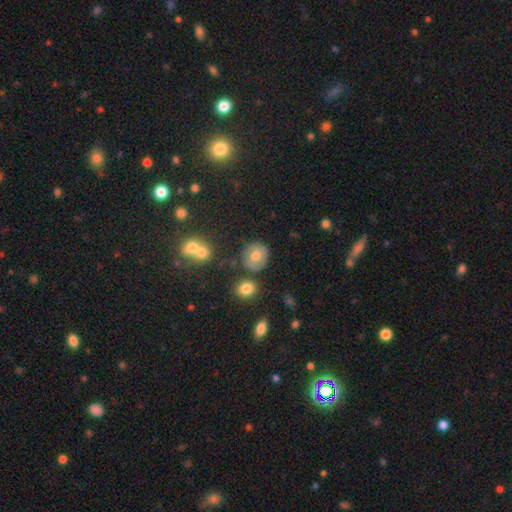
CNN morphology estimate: A smooth galaxy with no disk features (69%) that is round (77%). Merging: none (73%).